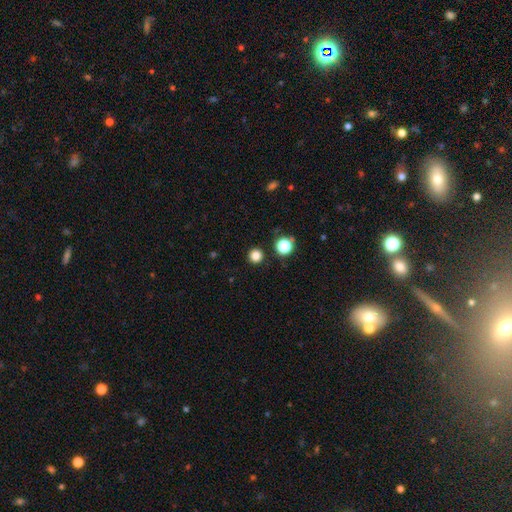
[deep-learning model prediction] Smooth or featured: smooth — 82% (star or artifact — 14%)
How rounded: round — 96% (in between — 3%)
Merging: none — 92% (minor disturbance — 4%)